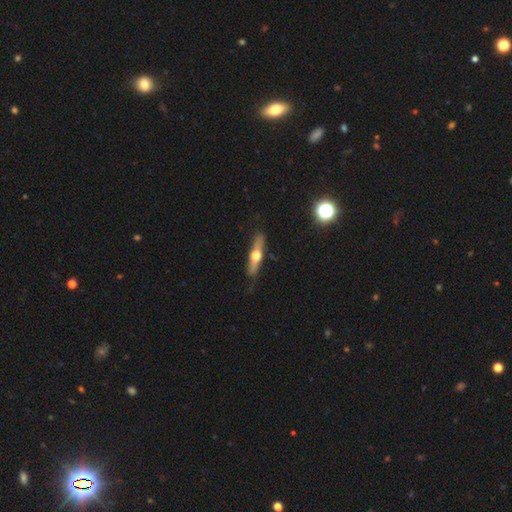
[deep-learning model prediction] Q: Smooth or featured?
A: featured or disk (61%); runner-up: smooth (33%)
Q: Edge-on disk?
A: yes (92%); runner-up: no (8%)
Q: Edge-on bulge?
A: rounded (95%); runner-up: none (3%)
Q: Merging?
A: none (82%); runner-up: minor disturbance (13%)